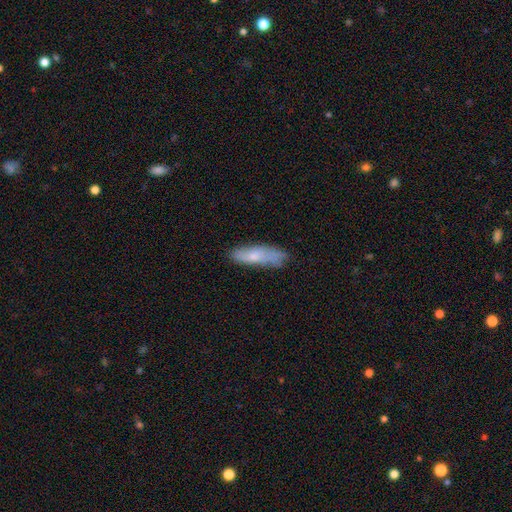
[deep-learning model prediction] Smooth or featured? smooth (68%)
How rounded? cigar-shaped (57%)
Merging? none (65%)